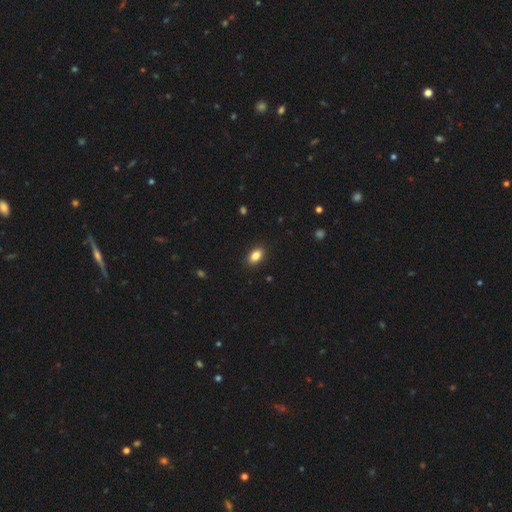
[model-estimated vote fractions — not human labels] Smooth or featured? Predicted: smooth (p=0.86). How rounded? Predicted: in between (p=0.89). Merging? Predicted: none (p=0.89).